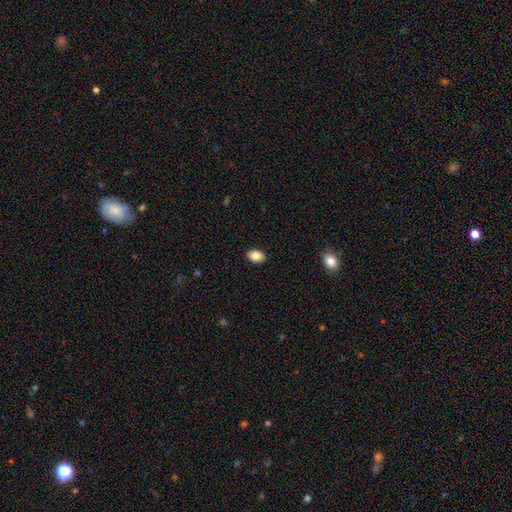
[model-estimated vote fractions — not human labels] Smooth or featured? smooth (86%)
How rounded? in between (87%)
Merging? none (90%)